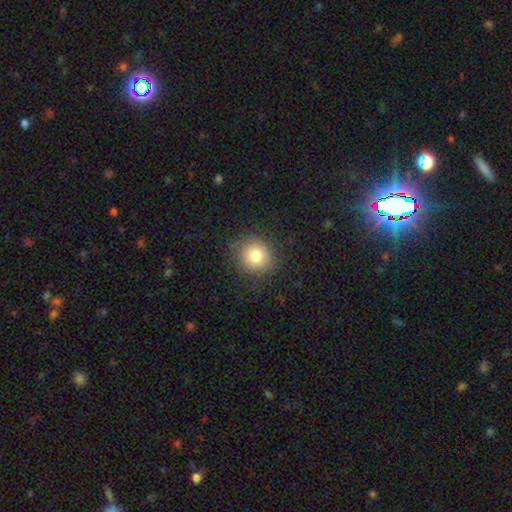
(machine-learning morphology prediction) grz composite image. It shows a smooth galaxy with no disk features (79%) that is round (87%). Merging: none (84%).